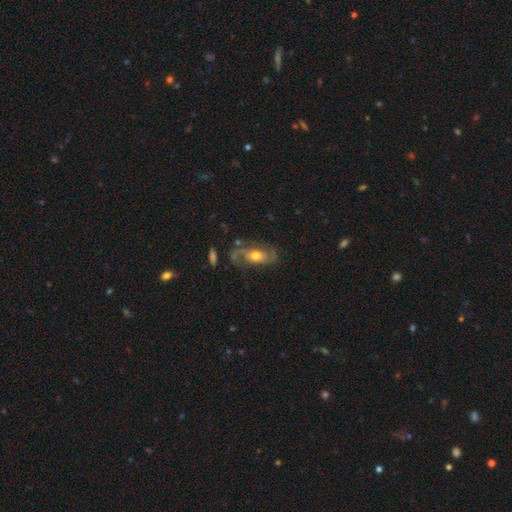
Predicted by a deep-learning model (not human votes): Overall: featured or disk (71%). Edge-on disk: no (92%). Bar: no (63%; weak 28%). Spiral arms: yes (88%). Spiral arm count: 2 (82%). Spiral winding: medium (43%; loose 40%). Bulge size: moderate (65%). Merging: none (58%; minor disturbance 21%).